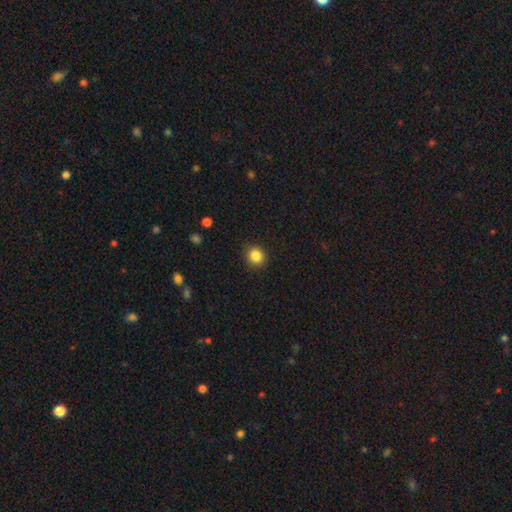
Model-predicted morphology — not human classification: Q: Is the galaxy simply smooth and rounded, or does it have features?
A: smooth — 85%.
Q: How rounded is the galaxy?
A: round — 83%.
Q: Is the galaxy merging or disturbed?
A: none — 90%.